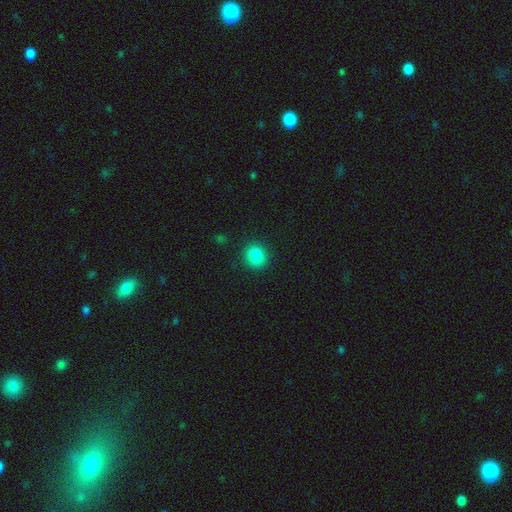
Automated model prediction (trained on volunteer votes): Morphology: type=smooth (85%); roundness=round (80%); merging=none (90%).